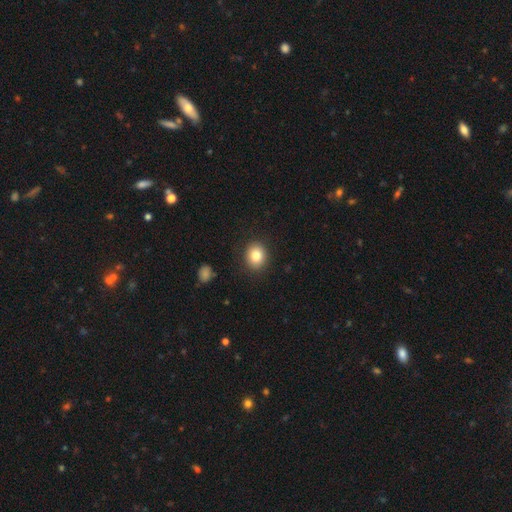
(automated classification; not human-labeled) A smooth galaxy with no disk features (83%) that is round (66%).

Vote fractions:
- Smooth or featured? smooth: 83% / star or artifact: 9% / featured or disk: 8%
- How rounded? round: 66% / in between: 33% / cigar-shaped: 1%
- Merging? none: 89% / minor disturbance: 8% / major disturbance: 2% / merger: 1%